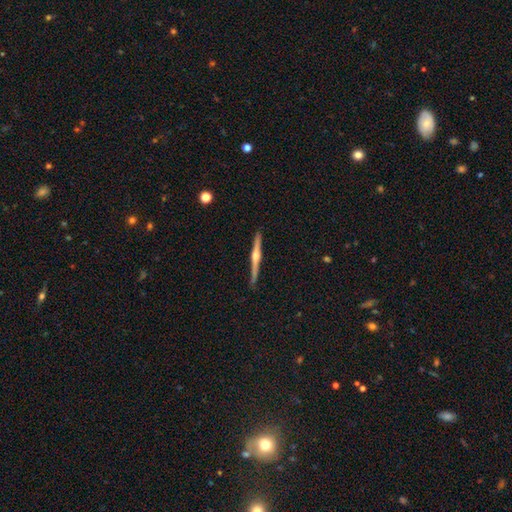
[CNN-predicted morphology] A featured or disk galaxy (81%) viewed edge-on (99%) with a rounded central bulge (92%). Merging: none (90%).